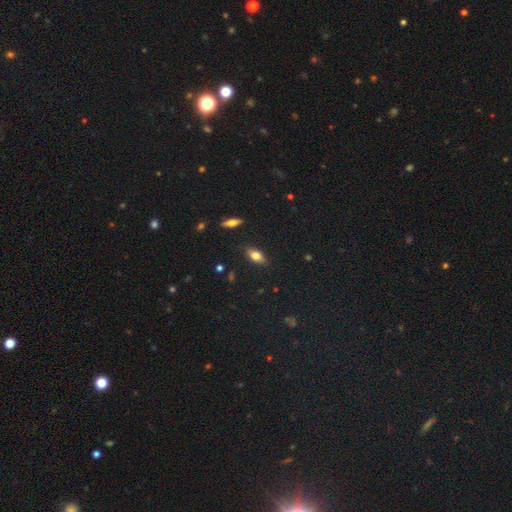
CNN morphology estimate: This is likely a smooth galaxy (70%). How rounded: clearly in between (83%). Merging: clearly none (85%).